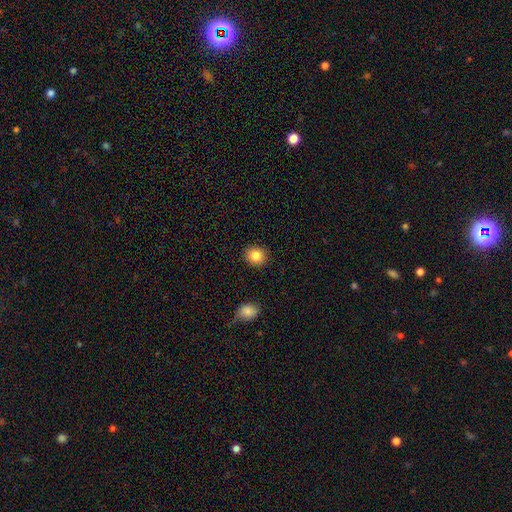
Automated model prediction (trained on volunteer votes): smooth_or_featured: smooth (p=0.84) [alt: star or artifact p=0.10]
how_rounded: round (p=0.77) [alt: in between p=0.22]
merging: none (p=0.91) [alt: minor disturbance p=0.06]